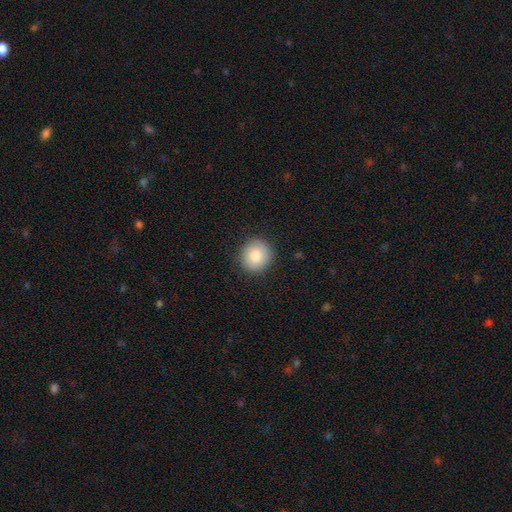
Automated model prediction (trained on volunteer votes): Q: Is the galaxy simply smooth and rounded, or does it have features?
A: smooth — 82%.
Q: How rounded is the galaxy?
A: round — 89%.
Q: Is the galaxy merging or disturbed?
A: none — 90%.